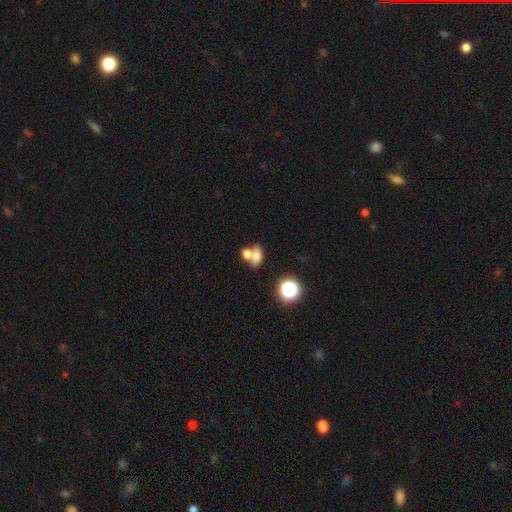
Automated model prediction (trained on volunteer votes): This is likely a smooth galaxy (73%). How rounded: likely in between (75%). Merging: possibly merger (53%).